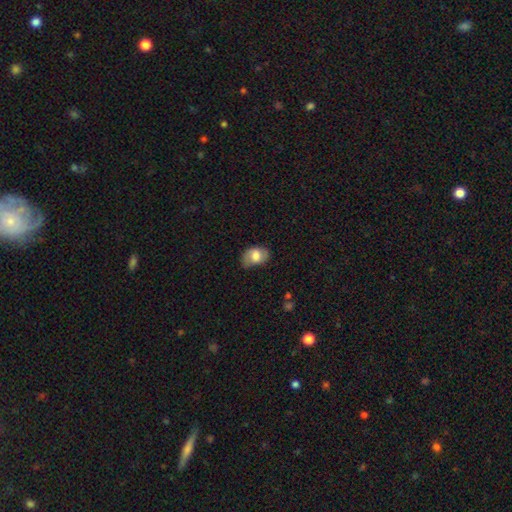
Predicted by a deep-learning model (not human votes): Smooth or featured? smooth (67%)
How rounded? in between (83%)
Merging? none (58%)